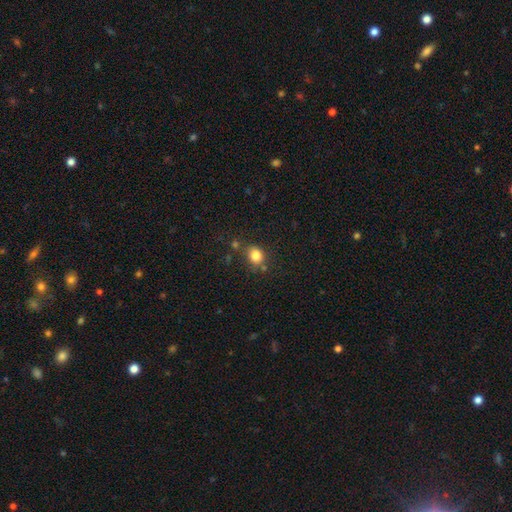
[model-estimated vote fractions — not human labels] A smooth galaxy with no disk features (82%) that is round (59%). Merging: none (74%).